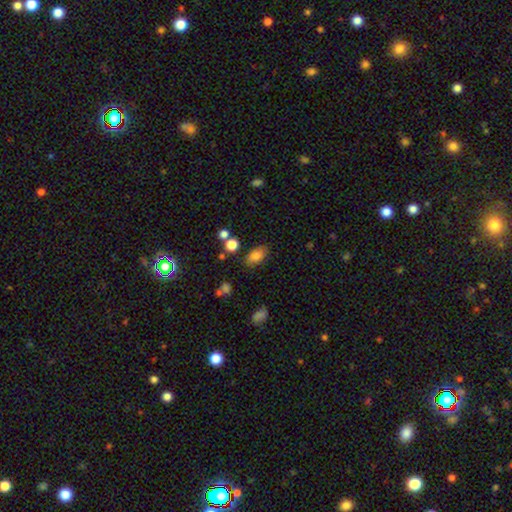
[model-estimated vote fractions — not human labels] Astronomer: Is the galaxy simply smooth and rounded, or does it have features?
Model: smooth — 80%.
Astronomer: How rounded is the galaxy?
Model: in between — 89%.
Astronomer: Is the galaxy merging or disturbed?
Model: none — 76%.